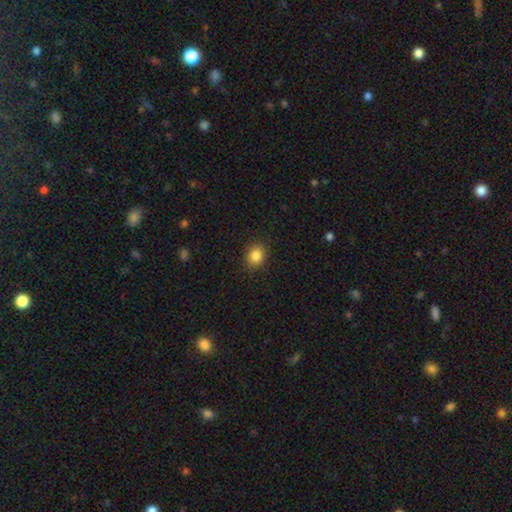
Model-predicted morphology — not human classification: smooth 85%, star or artifact 10%, featured or disk 5%. Down the decision tree: how rounded — round (67%); merging — none (89%).